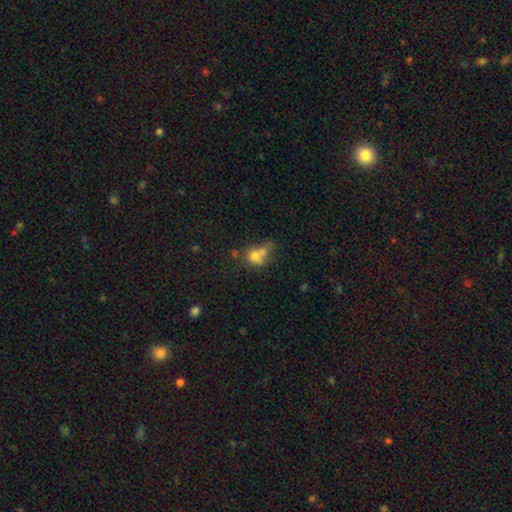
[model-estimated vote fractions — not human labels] The model was most divided on "how rounded": in between: 50%, round: 48%, cigar-shaped: 2%. Remaining: smooth or featured — smooth (67%); merging — merger (49%).